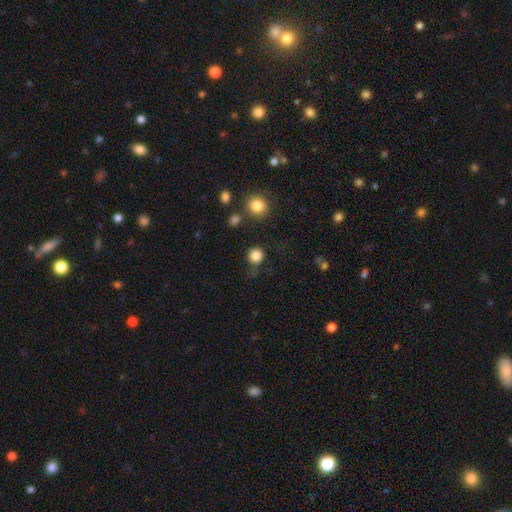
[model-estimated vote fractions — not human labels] Smooth or featured? smooth (85%)
How rounded? round (93%)
Merging? none (76%)